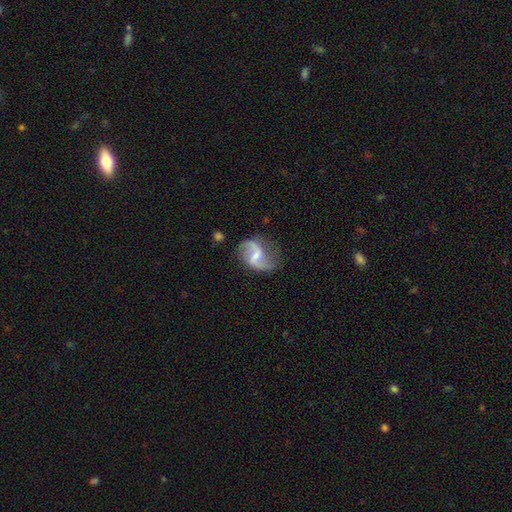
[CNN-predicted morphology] smooth-or-featured: featured or disk: 86% | smooth: 8% | star or artifact: 5%
  disk-edge-on: no: 98% | yes: 2%
    bar: weak: 50% | strong: 28% | no: 22%
    has-spiral-arms: yes: 95% | no: 5%
      spiral-winding: loose: 77% | medium: 19% | tight: 4%
      spiral-arm-count: 2: 92% | 1: 3% | can't tell: 2% | 3: 1% | 4: 1% | more than 4: 1%
    bulge-size: small: 54% | moderate: 36% | none: 7% | large: 2% | dominant: 1%
  merging: none: 73% | minor disturbance: 17% | major disturbance: 8% | merger: 2%